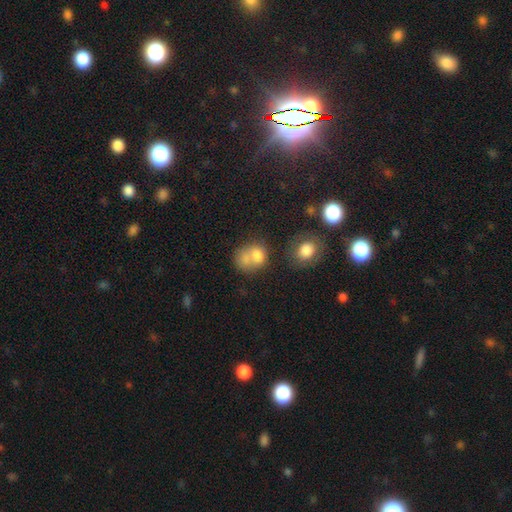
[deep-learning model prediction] The model was most divided on "how rounded": round: 58%, in between: 41%, cigar-shaped: 1%. Remaining: smooth or featured — smooth (72%); merging — merger (50%).